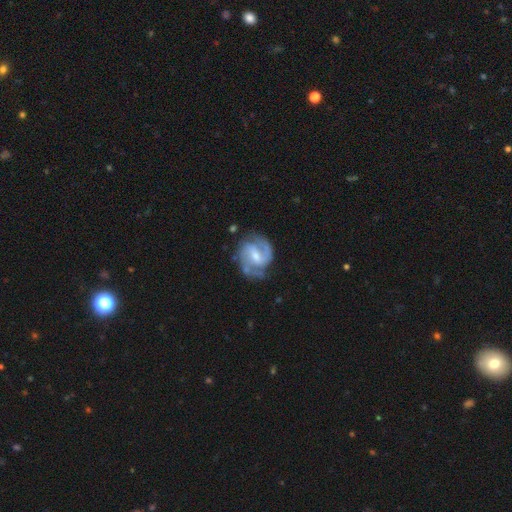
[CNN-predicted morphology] Smooth or featured? featured or disk (88%)
Edge-on disk? no (98%)
Bar? weak (57%)
Spiral arms? yes (97%)
Spiral winding? medium (53%)
Spiral arm count? 2 (85%)
Bulge size? moderate (48%)
Merging? none (73%)